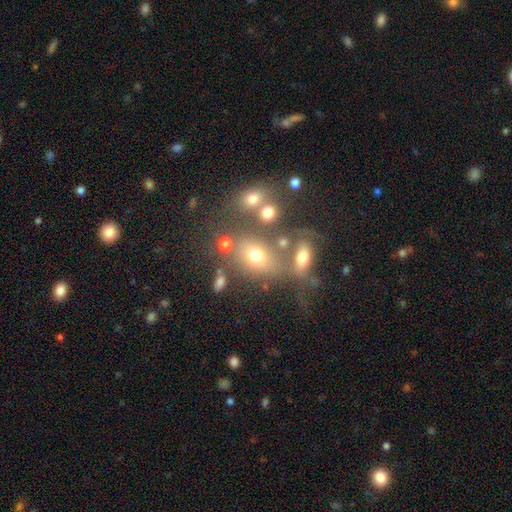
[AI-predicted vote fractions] This appears to be a smooth galaxy with no disk features (64%) that is in between round and cigar-shaped (65%). Merging: none (46%).